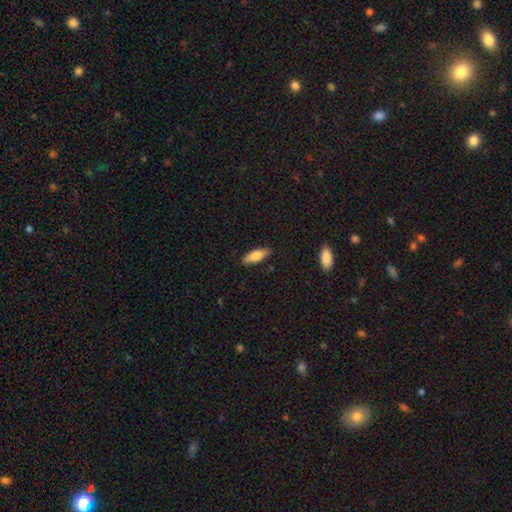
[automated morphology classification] A smooth galaxy with no disk features (77%) that is in between round and cigar-shaped (61%).

Vote fractions:
- Smooth or featured? smooth: 77% / featured or disk: 17% / star or artifact: 6%
- How rounded? in between: 61% / cigar-shaped: 37% / round: 2%
- Merging? none: 86% / minor disturbance: 11% / major disturbance: 2% / merger: 1%